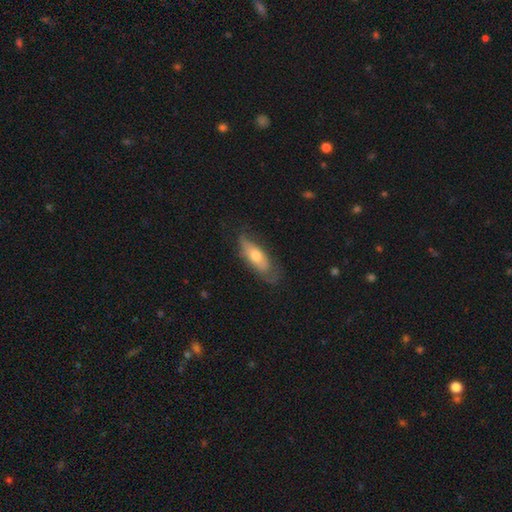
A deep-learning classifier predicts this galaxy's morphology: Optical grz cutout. It shows a smooth galaxy with no disk features (57%) that is in between round and cigar-shaped (66%). Merging: none (61%).